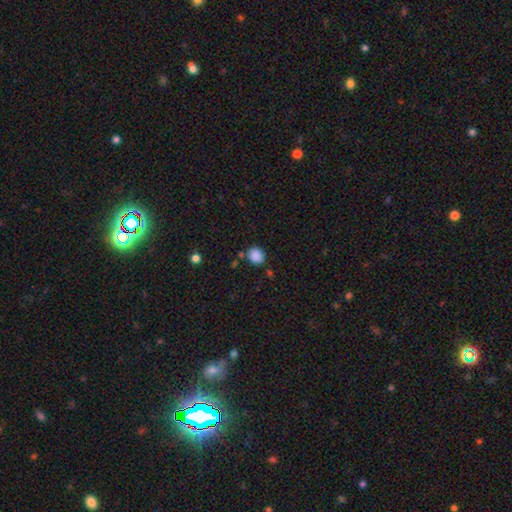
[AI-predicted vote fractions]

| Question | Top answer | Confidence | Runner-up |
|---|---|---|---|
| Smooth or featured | smooth | 87% | star or artifact (10%) |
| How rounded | round | 73% | in between (26%) |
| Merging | none | 77% | minor disturbance (13%) |